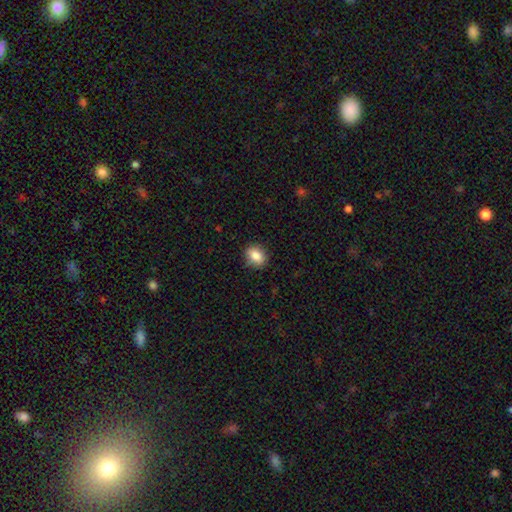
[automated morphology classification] Q: Smooth or featured?
A: smooth (85%); runner-up: star or artifact (8%)
Q: How rounded?
A: in between (61%); runner-up: round (38%)
Q: Merging?
A: none (85%); runner-up: minor disturbance (11%)